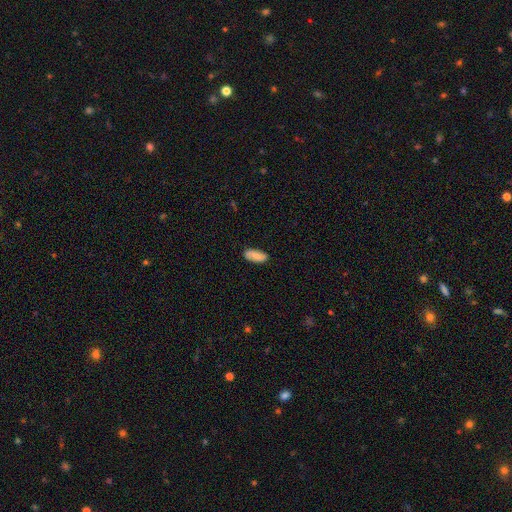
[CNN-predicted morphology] type=smooth (77%); roundness=in between (86%); merging=none (85%).